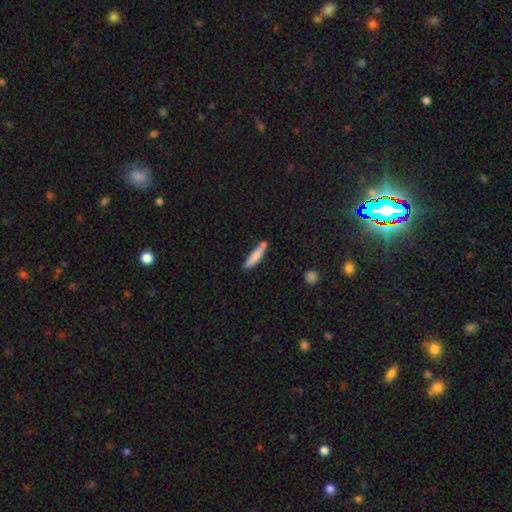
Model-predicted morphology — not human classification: Q: Smooth or featured?
A: smooth (79%); runner-up: featured or disk (15%)
Q: How rounded?
A: cigar-shaped (86%); runner-up: in between (12%)
Q: Merging?
A: none (69%); runner-up: minor disturbance (18%)